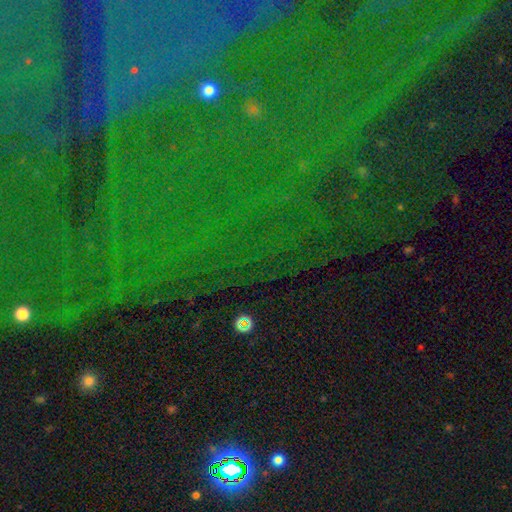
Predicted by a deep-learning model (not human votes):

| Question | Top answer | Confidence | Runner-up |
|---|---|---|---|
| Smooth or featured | star or artifact | 79% | smooth (11%) |